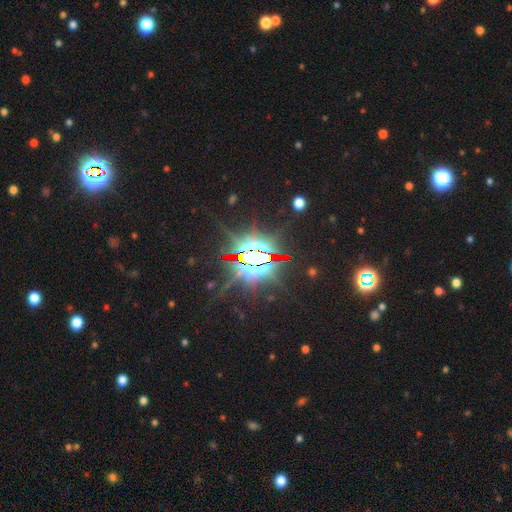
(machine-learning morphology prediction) This appears to be a star or artifact, not a galaxy (83%).